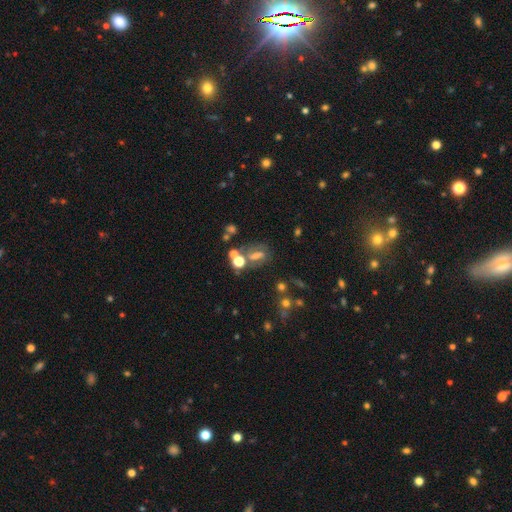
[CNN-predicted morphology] Smooth or featured: star or artifact — 37% (tied with smooth — 37%)